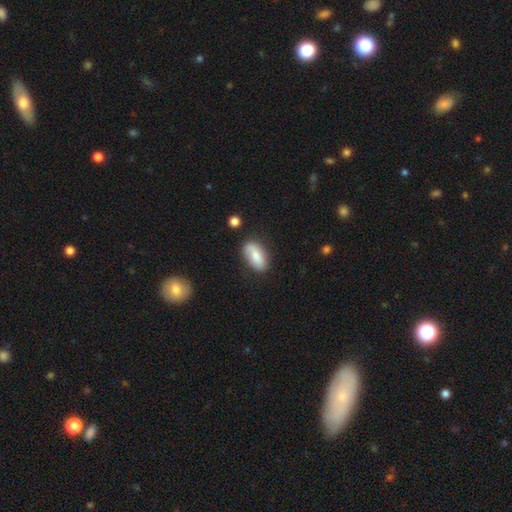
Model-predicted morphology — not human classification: This is likely a smooth galaxy (70%). How rounded: clearly in between (90%). Merging: likely none (75%).